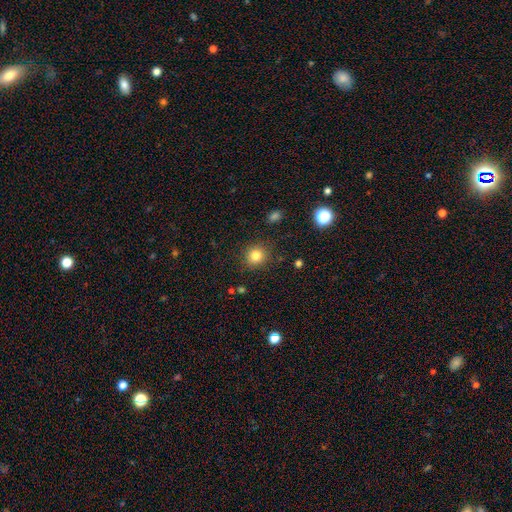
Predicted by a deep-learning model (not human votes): Morphology: type=smooth (81%); roundness=round (89%); merging=none (89%).